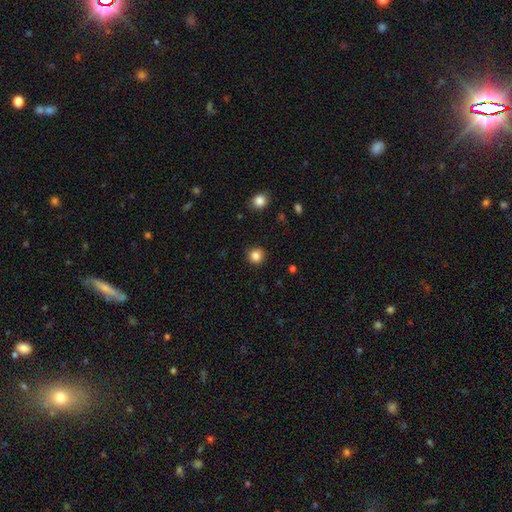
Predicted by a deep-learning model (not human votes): A smooth galaxy with no disk features (84%) that is round (91%). Merging: none (89%).